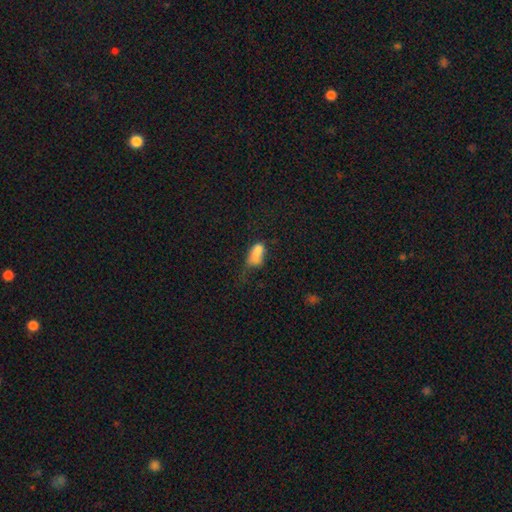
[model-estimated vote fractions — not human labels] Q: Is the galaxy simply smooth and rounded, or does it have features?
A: smooth — 78%.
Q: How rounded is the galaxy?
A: in between — 88%.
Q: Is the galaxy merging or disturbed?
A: major disturbance — 34%.